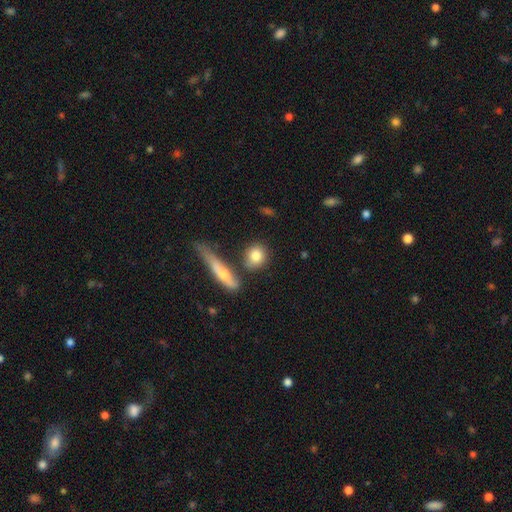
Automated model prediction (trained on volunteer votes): This is likely a smooth galaxy (79%). How rounded: likely round (72%). Merging: likely none (71%).